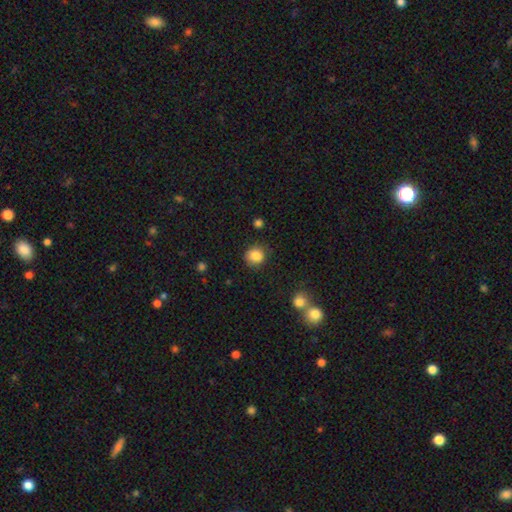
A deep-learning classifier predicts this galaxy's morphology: Q: Smooth or featured?
A: smooth (85%); runner-up: star or artifact (10%)
Q: How rounded?
A: round (86%); runner-up: in between (13%)
Q: Merging?
A: none (83%); runner-up: minor disturbance (12%)